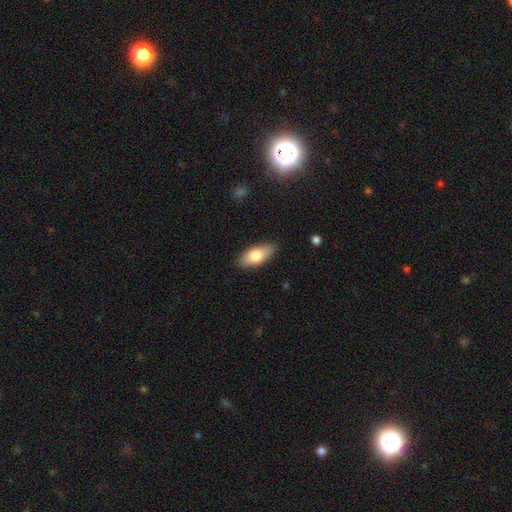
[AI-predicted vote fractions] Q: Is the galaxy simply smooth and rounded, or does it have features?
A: smooth — 77%.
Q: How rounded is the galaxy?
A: in between — 86%.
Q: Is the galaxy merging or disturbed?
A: none — 87%.